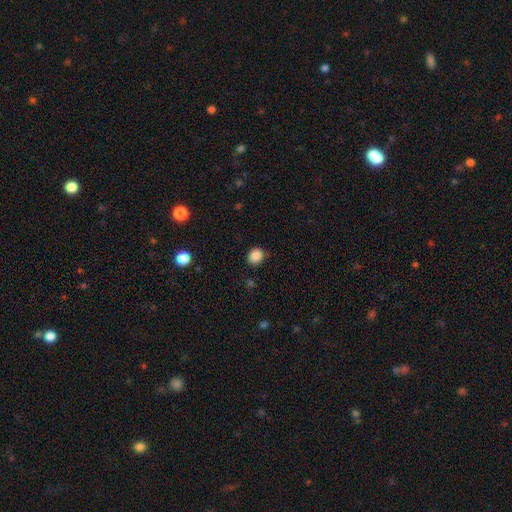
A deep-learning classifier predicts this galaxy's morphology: Smooth or featured? Predicted: smooth (p=0.87). How rounded? Predicted: round (p=0.65). Merging? Predicted: none (p=0.80).